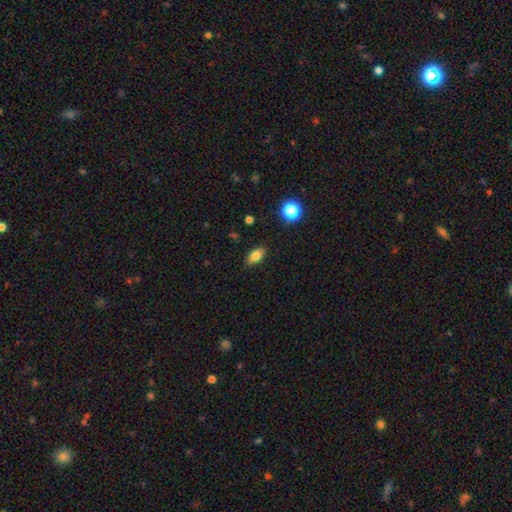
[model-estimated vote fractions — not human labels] A smooth galaxy with no disk features (80%) that is in between round and cigar-shaped (86%). Merging: none (86%).